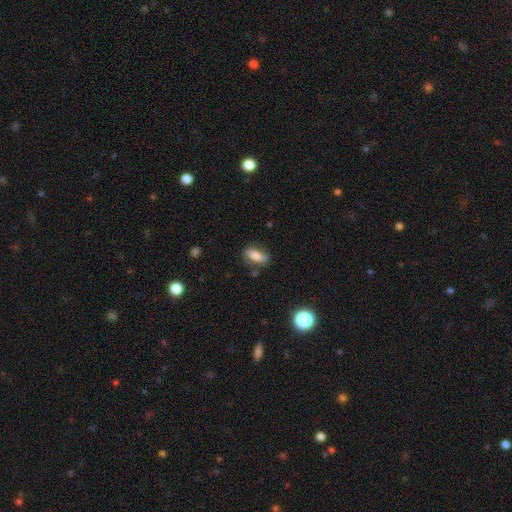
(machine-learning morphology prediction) Q: Smooth or featured?
A: smooth (66%); runner-up: featured or disk (25%)
Q: How rounded?
A: in between (71%); runner-up: cigar-shaped (22%)
Q: Merging?
A: none (74%); runner-up: minor disturbance (18%)